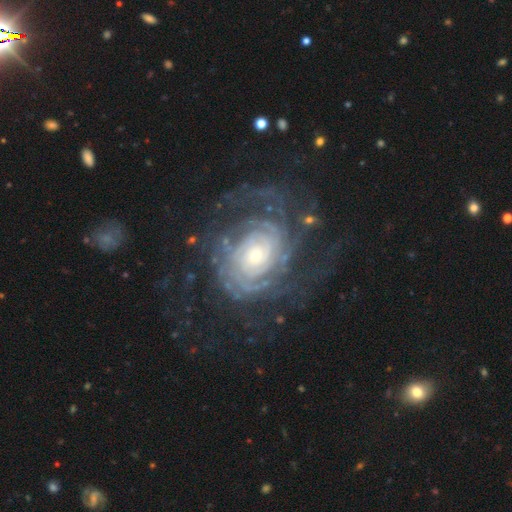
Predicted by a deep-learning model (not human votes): Morphology: type=featured or disk (89%); edge-on=no (97%); bar=no (76%); spiral arms=yes (96%); winding=tight (76%); arm count=can't tell (33%); bulge=small (61%); merging=none (67%).